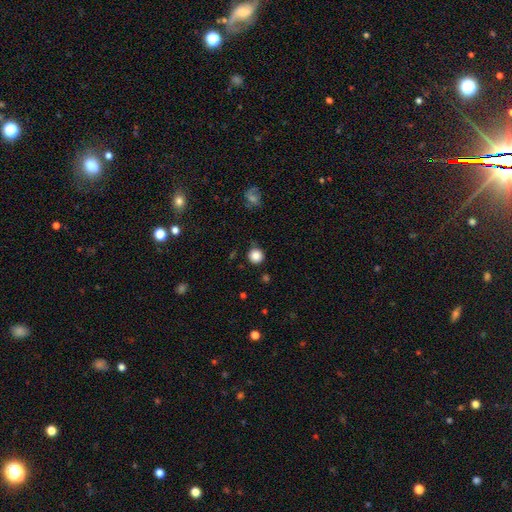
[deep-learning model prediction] Smooth or featured? Predicted: smooth (p=0.85). How rounded? Predicted: round (p=0.93). Merging? Predicted: none (p=0.86).